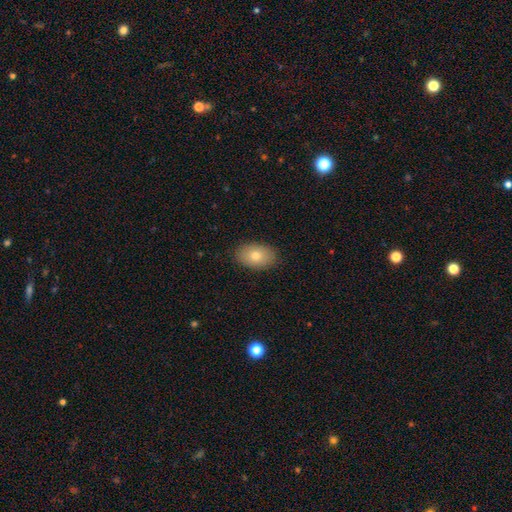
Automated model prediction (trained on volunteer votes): This appears to be a smooth galaxy with no disk features (77%) that is in between round and cigar-shaped (89%). Merging: none (89%).